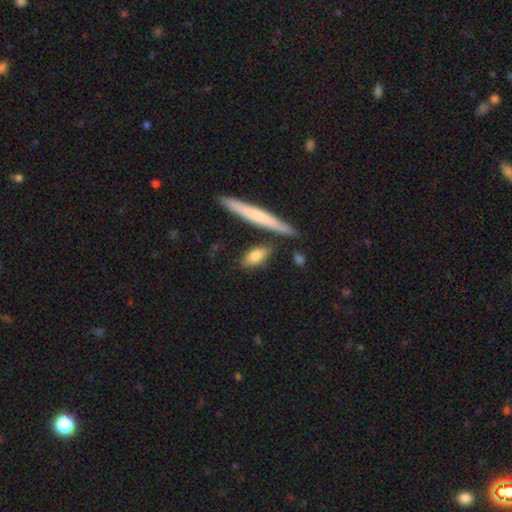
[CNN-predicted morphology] Overall: smooth (78%). How rounded: in between (61%; cigar-shaped 35%). Merging: none (75%).